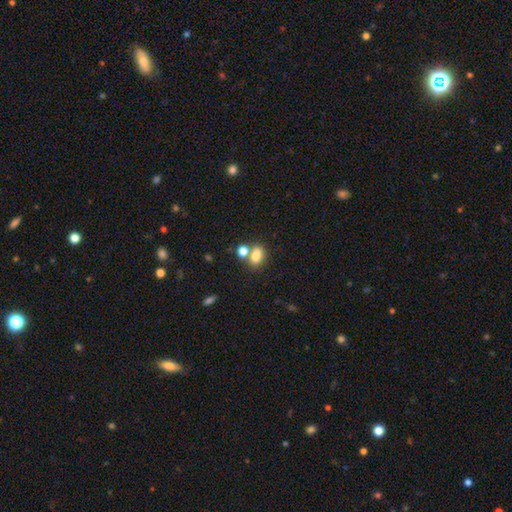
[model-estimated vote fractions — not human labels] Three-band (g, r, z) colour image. It shows a smooth galaxy with no disk features (77%) that is in between round and cigar-shaped (72%). Merging: none (44%).